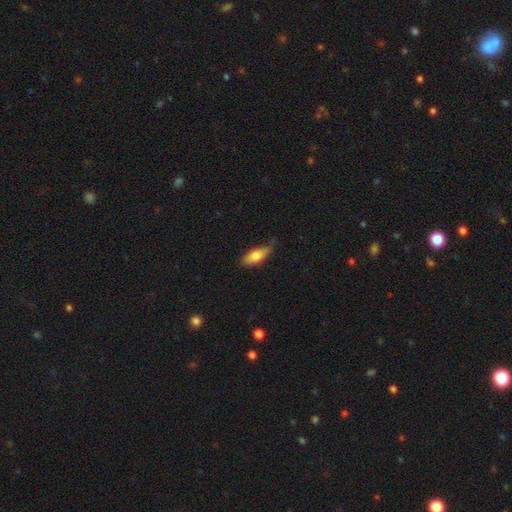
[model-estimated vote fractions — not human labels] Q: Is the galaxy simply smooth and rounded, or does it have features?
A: smooth — 75%.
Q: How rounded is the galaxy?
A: in between — 70%.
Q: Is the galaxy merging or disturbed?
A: none — 72%.